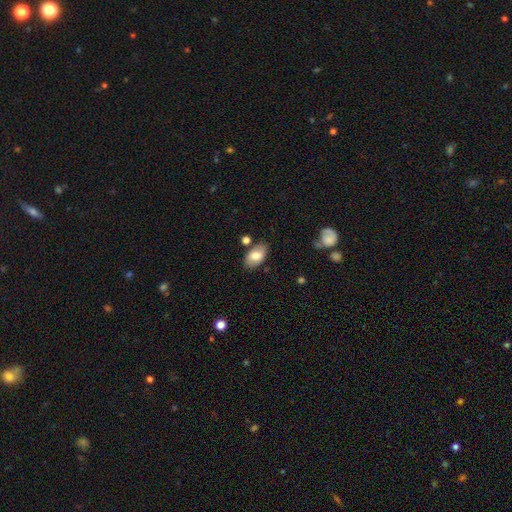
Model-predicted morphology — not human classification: The model was most divided on "smooth or featured": smooth: 75%, featured or disk: 18%, star or artifact: 7%. More confident: how rounded — in between (93%); merging — none (77%).